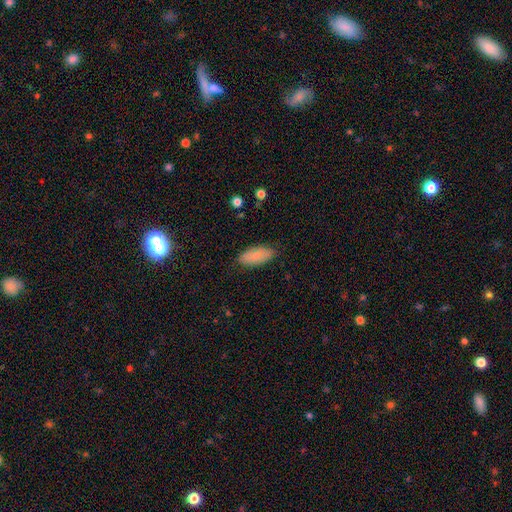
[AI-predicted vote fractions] The model was most divided on "smooth or featured": smooth: 80%, featured or disk: 14%, star or artifact: 6%. More confident: how rounded — in between (89%); merging — none (84%).